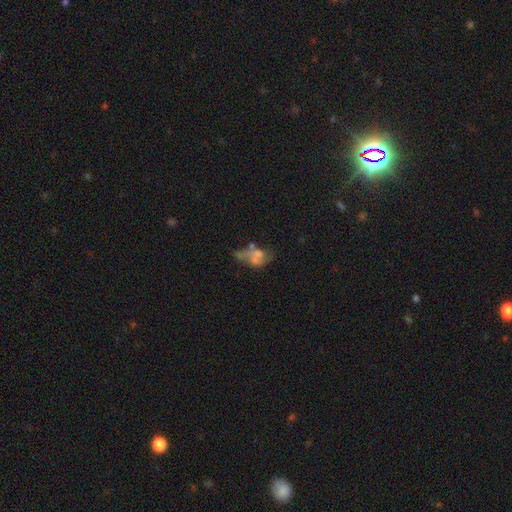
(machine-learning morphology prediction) Q: Smooth or featured?
A: featured or disk (45%); runner-up: smooth (41%)
Q: Merging?
A: merger (33%); runner-up: major disturbance (29%)